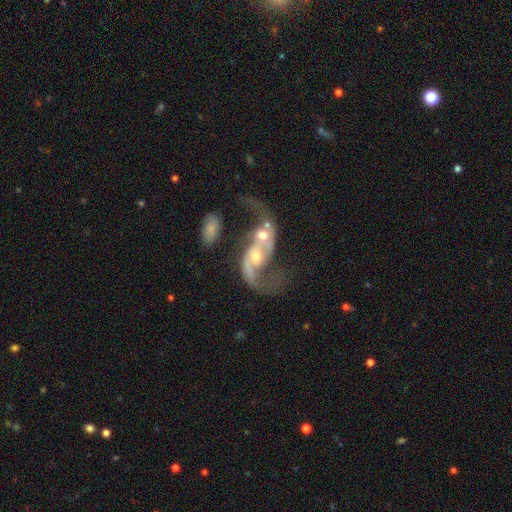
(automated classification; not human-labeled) This is clearly a featured or disk galaxy (83%). It is clearly not viewed edge-on (97%). Bar: possibly no (58%). Spiral arm pattern: clearly yes (89%). Spiral arm count: clearly 2 (84%). Spiral winding: likely loose (73%). Central bulge: possibly moderate (50%). Merging: possibly merger (60%).